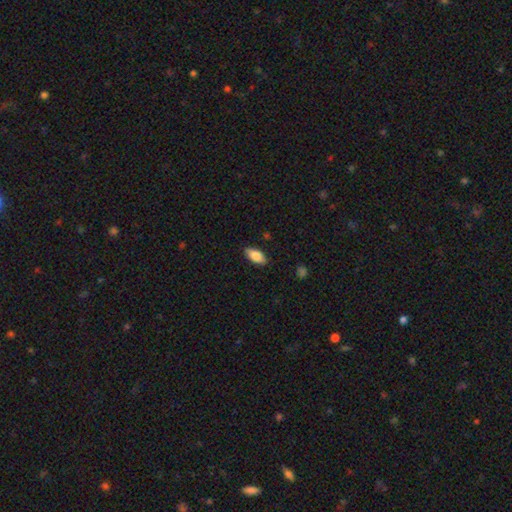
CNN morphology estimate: smooth-or-featured: smooth: 81% | featured or disk: 12% | star or artifact: 6%
  how-rounded: in between: 88% | cigar-shaped: 10% | round: 2%
  merging: none: 87% | minor disturbance: 10% | major disturbance: 2% | merger: 1%